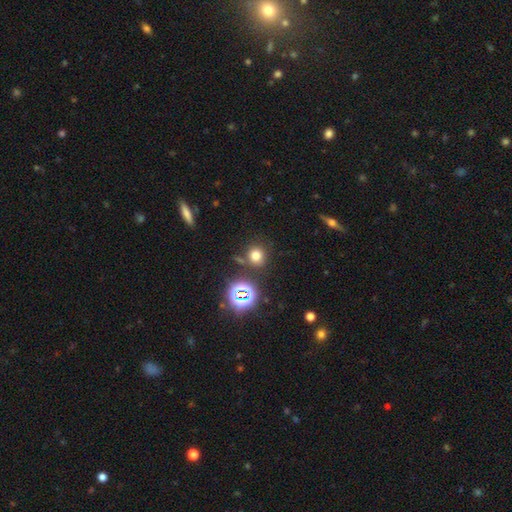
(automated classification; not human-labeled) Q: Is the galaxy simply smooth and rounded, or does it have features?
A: smooth — 69%.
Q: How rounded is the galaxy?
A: round — 86%.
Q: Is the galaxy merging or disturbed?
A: none — 80%.